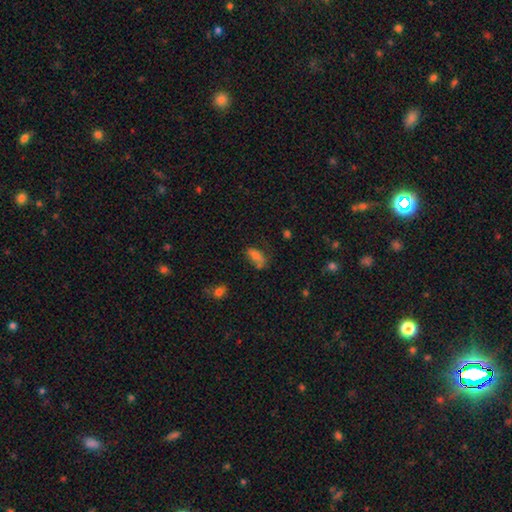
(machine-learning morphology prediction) smooth_or_featured: smooth (p=0.69) [alt: star or artifact p=0.17]
how_rounded: in between (p=0.80) [alt: cigar-shaped p=0.14]
merging: none (p=0.50) [alt: minor disturbance p=0.25]